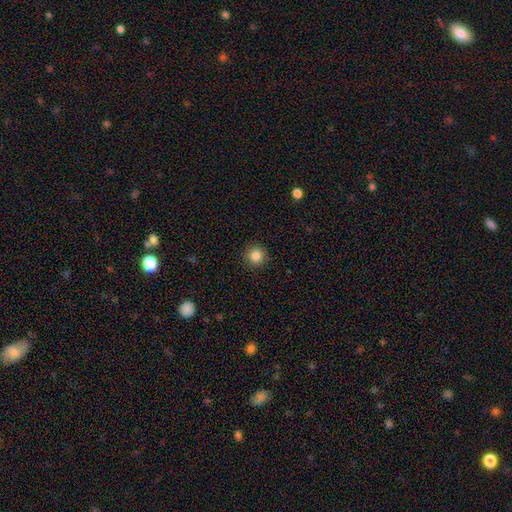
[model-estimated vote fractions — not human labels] Smooth or featured? Predicted: smooth (p=0.85). How rounded? Predicted: round (p=0.95). Merging? Predicted: none (p=0.91).